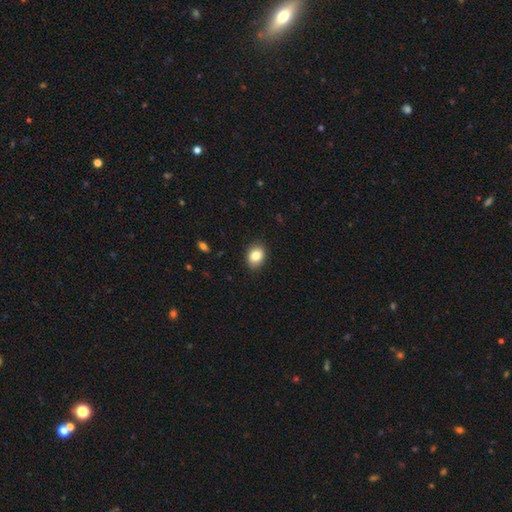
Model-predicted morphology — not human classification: Smooth or featured: smooth — 84% (star or artifact — 8%)
How rounded: in between — 69% (round — 30%)
Merging: none — 88% (minor disturbance — 9%)